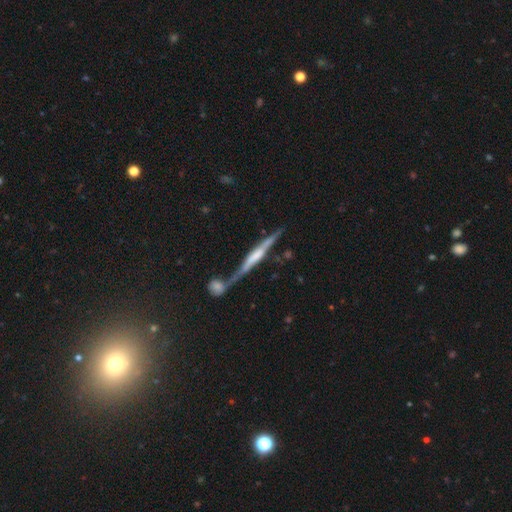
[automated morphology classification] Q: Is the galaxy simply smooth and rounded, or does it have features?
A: featured or disk — 72%.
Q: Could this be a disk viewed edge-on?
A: yes — 93%.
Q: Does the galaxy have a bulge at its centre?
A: boxy — 38%.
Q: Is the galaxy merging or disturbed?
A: none — 48%.